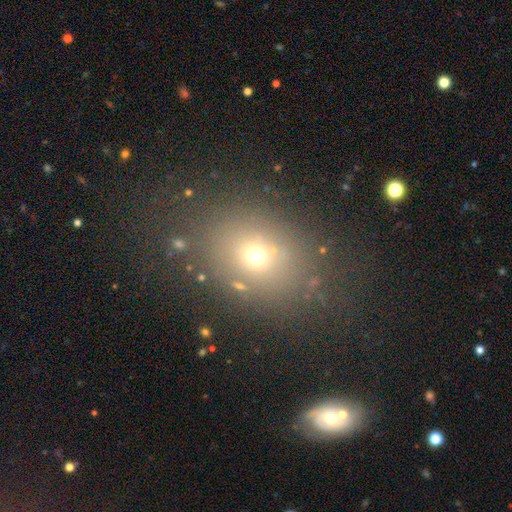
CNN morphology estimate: type=smooth (64%); roundness=round (51%); merging=none (75%).